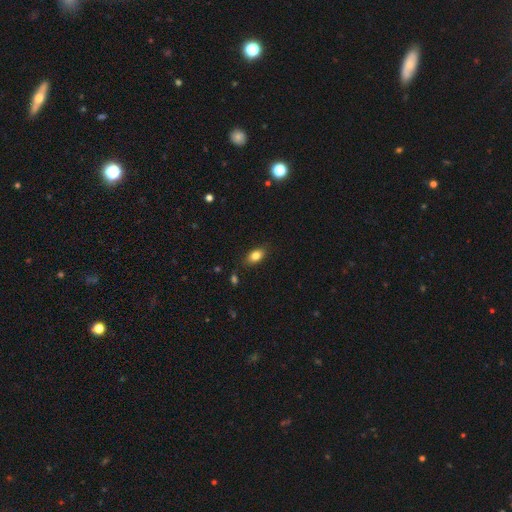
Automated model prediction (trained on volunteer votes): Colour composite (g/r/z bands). It shows a smooth galaxy with no disk features (81%) that is in between round and cigar-shaped (86%). Merging: none (83%).